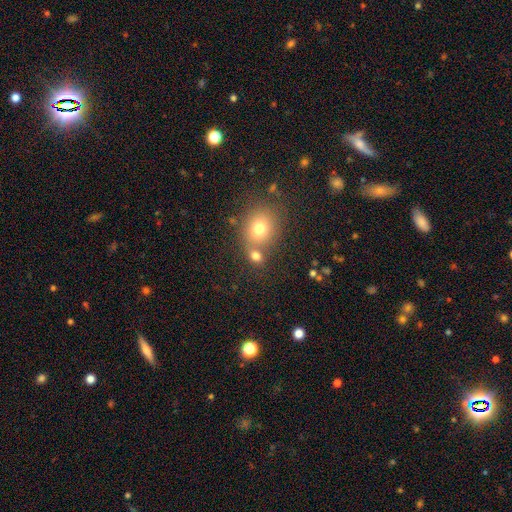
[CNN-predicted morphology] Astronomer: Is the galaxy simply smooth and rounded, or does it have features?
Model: smooth — 75%.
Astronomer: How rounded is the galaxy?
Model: round — 64%.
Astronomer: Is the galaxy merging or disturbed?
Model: none — 50% (runner-up: merger, 36%).